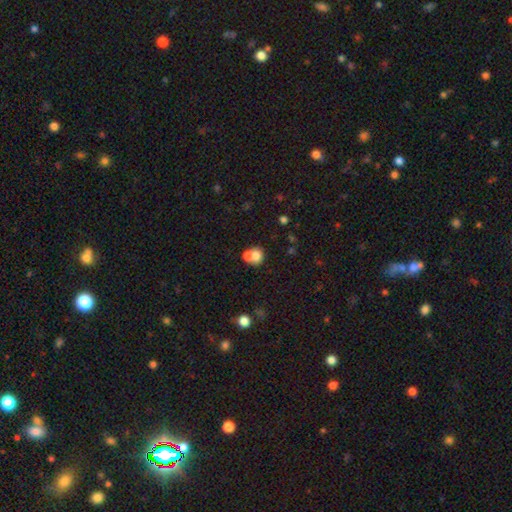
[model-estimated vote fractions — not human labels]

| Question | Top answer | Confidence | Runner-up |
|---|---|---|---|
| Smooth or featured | smooth | 72% | featured or disk (18%) |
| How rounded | round | 73% | in between (26%) |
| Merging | merger | 58% | none (31%) |